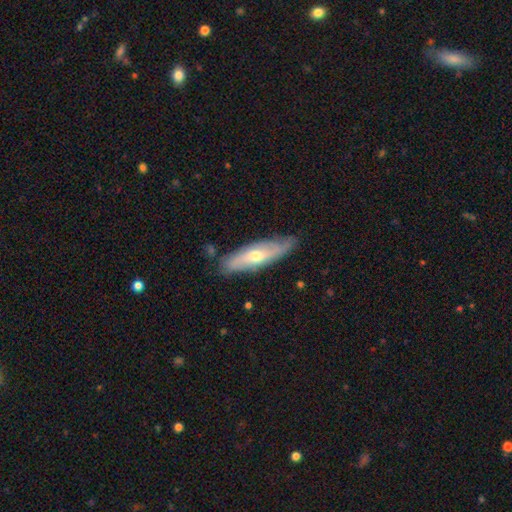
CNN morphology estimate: A featured or disk galaxy (58%) viewed edge-on (50%, tied with no). Merging: none (79%).